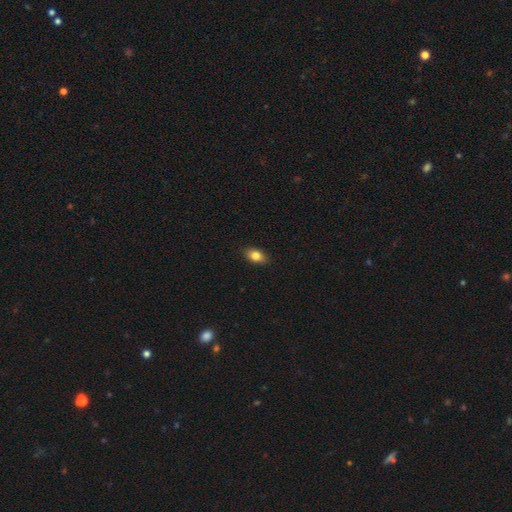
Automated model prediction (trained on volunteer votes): A smooth galaxy with no disk features (82%) that is in between round and cigar-shaped (85%).

Vote fractions:
- Smooth or featured? smooth: 82% / featured or disk: 10% / star or artifact: 8%
- How rounded? in between: 85% / round: 12% / cigar-shaped: 3%
- Merging? none: 88% / minor disturbance: 9% / major disturbance: 2% / merger: 1%